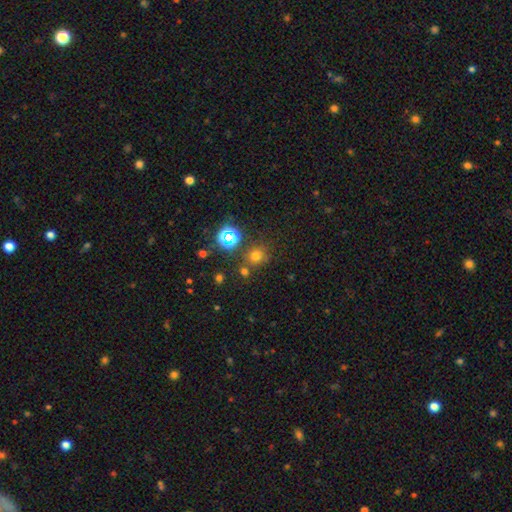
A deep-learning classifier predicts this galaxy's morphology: Smooth or featured: smooth — 64% (star or artifact — 29%)
How rounded: round — 84% (in between — 15%)
Merging: none — 75% (minor disturbance — 11%)